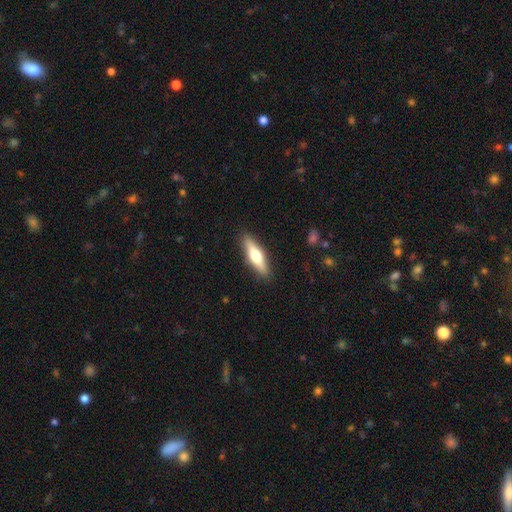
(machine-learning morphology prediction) This is possibly a smooth galaxy (51%). How rounded: likely cigar-shaped (67%). Merging: clearly none (89%).